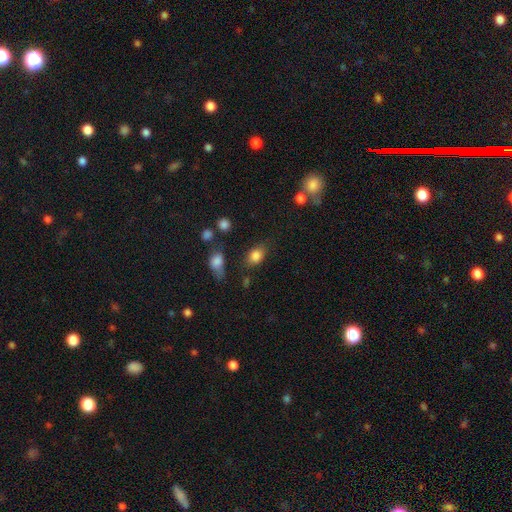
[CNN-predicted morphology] This appears to be a smooth galaxy with no disk features (83%) that is in between round and cigar-shaped (75%). Merging: none (70%).